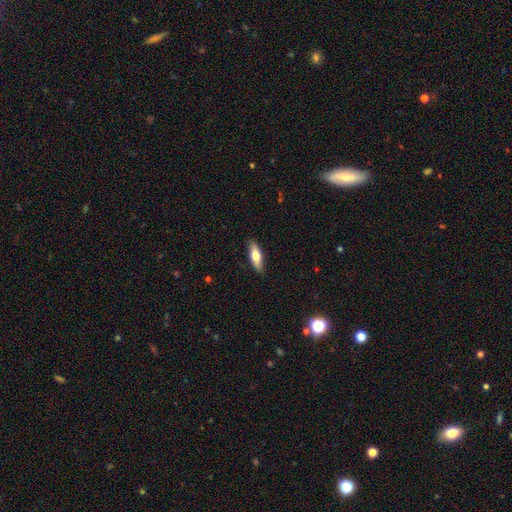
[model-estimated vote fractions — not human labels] Overall: smooth (64%; featured or disk 30%). How rounded: in between (51%; cigar-shaped 47%). Merging: none (88%).